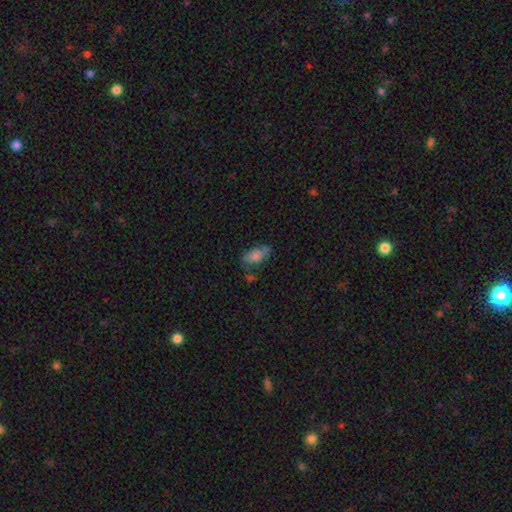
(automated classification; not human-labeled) Q: Smooth or featured?
A: smooth (72%); runner-up: featured or disk (19%)
Q: How rounded?
A: in between (90%); runner-up: cigar-shaped (6%)
Q: Merging?
A: none (56%); runner-up: minor disturbance (25%)